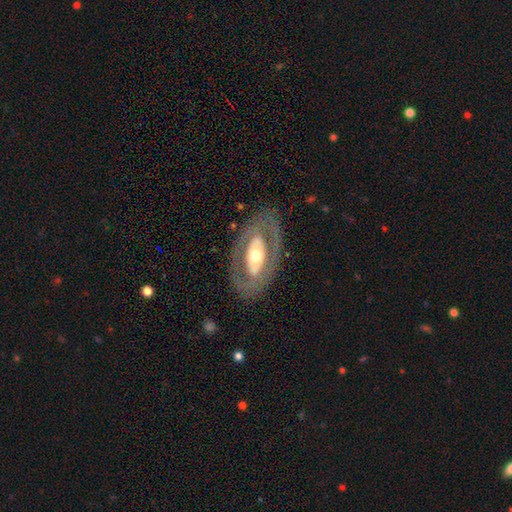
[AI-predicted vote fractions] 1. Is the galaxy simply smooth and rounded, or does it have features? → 68% featured or disk, 27% smooth, 5% star or artifact.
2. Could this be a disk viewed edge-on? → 90% no, 10% yes.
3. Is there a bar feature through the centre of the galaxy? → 65% no, 17% weak, 17% strong.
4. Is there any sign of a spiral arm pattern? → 75% no, 25% yes.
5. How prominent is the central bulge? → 62% moderate, 21% large, 14% small, 2% dominant, 1% none.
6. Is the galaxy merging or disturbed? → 80% none, 11% minor disturbance, 8% major disturbance, 1% merger.